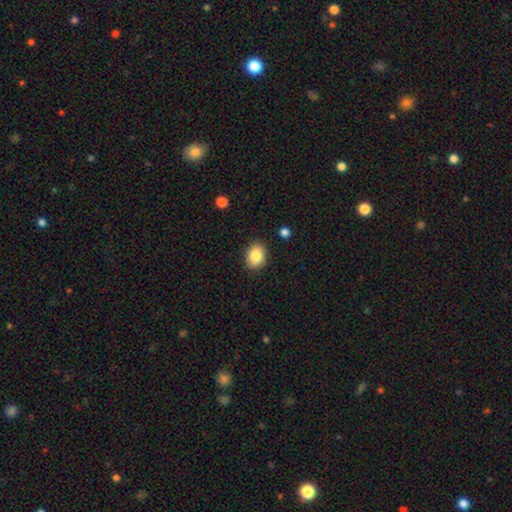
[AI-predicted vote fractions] Q: Smooth or featured?
A: smooth (85%); runner-up: star or artifact (8%)
Q: How rounded?
A: in between (60%); runner-up: round (39%)
Q: Merging?
A: none (87%); runner-up: minor disturbance (10%)